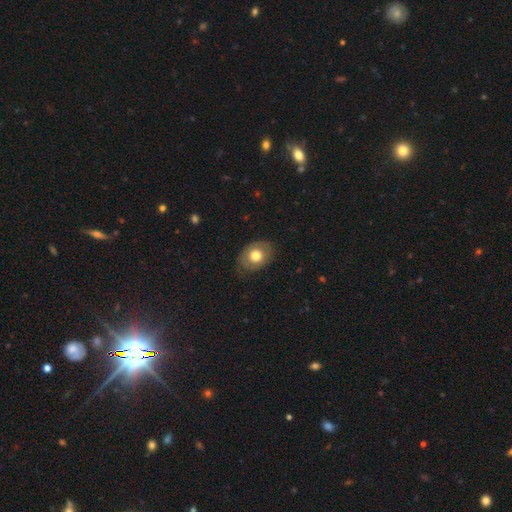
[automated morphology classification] smooth_or_featured: smooth (p=0.69) [alt: featured or disk p=0.23]
how_rounded: in between (p=0.65) [alt: round p=0.34]
merging: none (p=0.76) [alt: minor disturbance p=0.18]